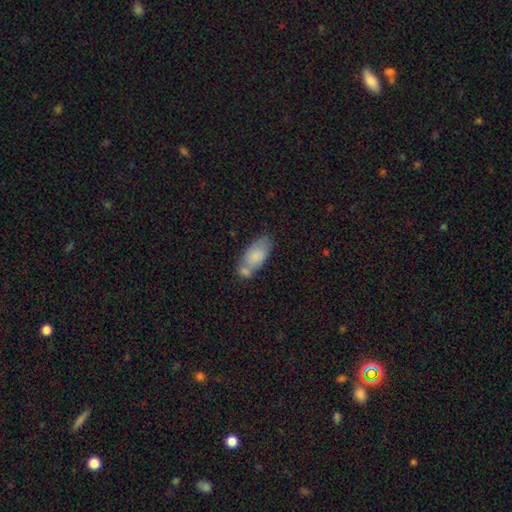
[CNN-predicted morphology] smooth-or-featured: smooth: 77% | featured or disk: 16% | star or artifact: 7%
  how-rounded: in between: 89% | cigar-shaped: 9% | round: 3%
  merging: none: 44% | merger: 31% | minor disturbance: 19% | major disturbance: 6%